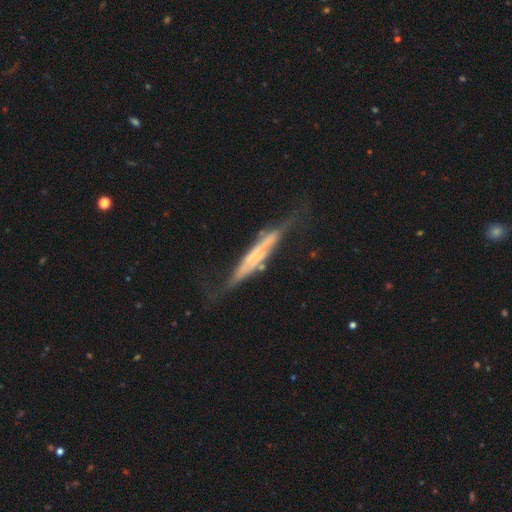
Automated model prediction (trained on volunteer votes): featured or disk 70%, smooth 22%, star or artifact 7%. Down the decision tree: edge-on disk — yes (85%); edge-on bulge — none (48%); merging — none (49%).